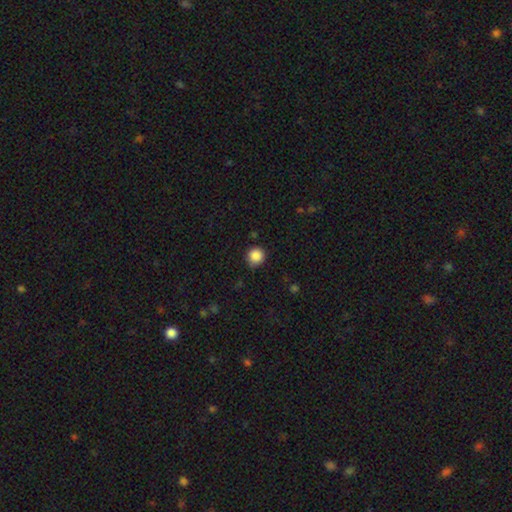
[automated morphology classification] This appears to be a smooth galaxy with no disk features (87%) that is round (93%). Merging: none (83%).